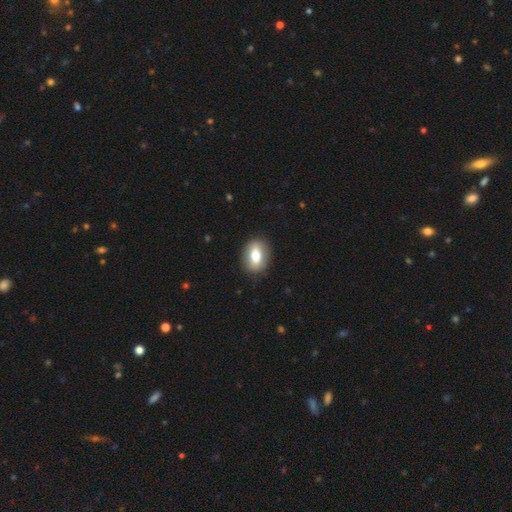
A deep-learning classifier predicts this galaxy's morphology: Q: Smooth or featured?
A: smooth (66%); runner-up: featured or disk (27%)
Q: How rounded?
A: in between (71%); runner-up: round (27%)
Q: Merging?
A: none (88%); runner-up: minor disturbance (9%)